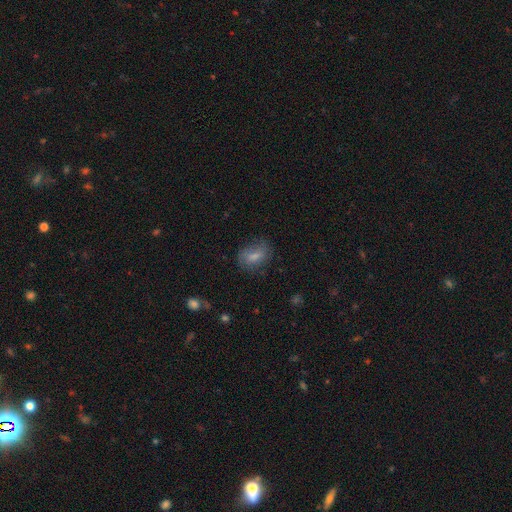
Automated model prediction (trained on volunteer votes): Morphology: type=smooth (63%); roundness=in between (75%); merging=none (68%).